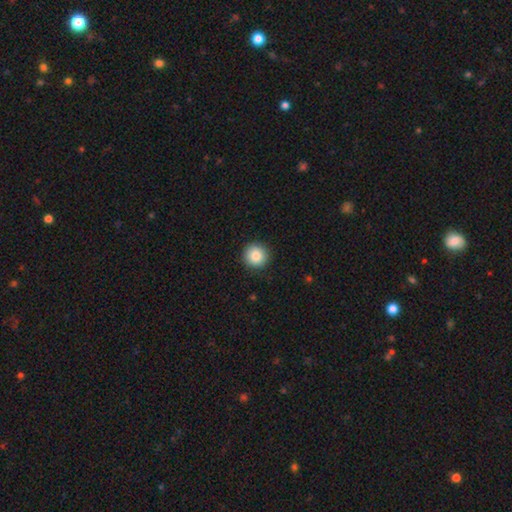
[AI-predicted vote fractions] This is clearly a smooth galaxy (86%). How rounded: clearly round (95%). Merging: clearly none (92%).